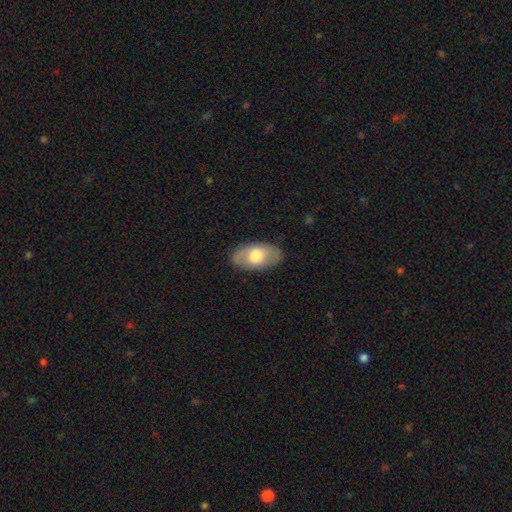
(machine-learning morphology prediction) Smooth or featured? smooth (58%)
How rounded? in between (93%)
Merging? none (84%)